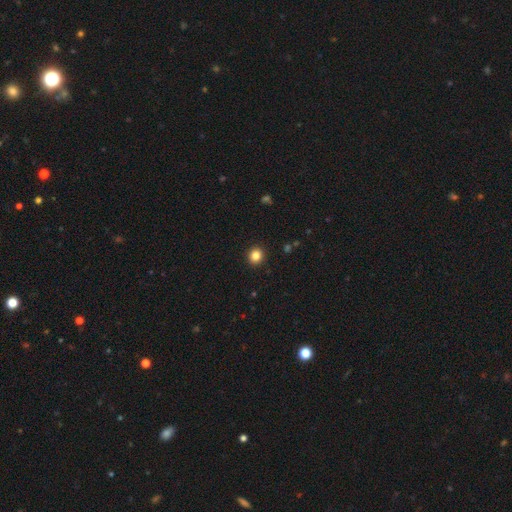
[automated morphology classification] smooth-or-featured: smooth: 84% | star or artifact: 12% | featured or disk: 5%
  how-rounded: round: 90% | in between: 9% | cigar-shaped: 1%
  merging: none: 93% | minor disturbance: 5% | major disturbance: 2% | merger: 1%